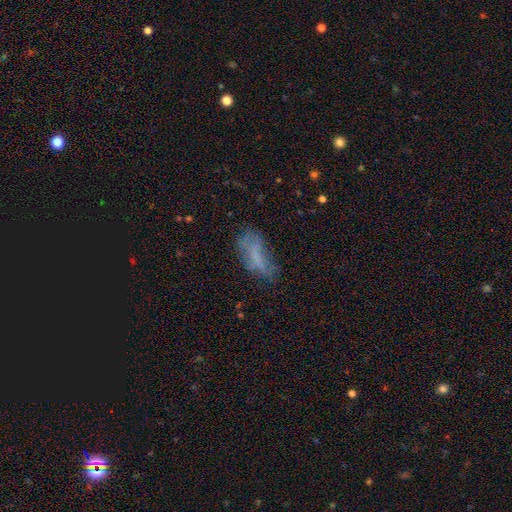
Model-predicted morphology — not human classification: A smooth galaxy with no disk features (54%) that is in between round and cigar-shaped (73%).

Vote fractions:
- Smooth or featured? smooth: 54% / featured or disk: 32% / star or artifact: 15%
- How rounded? in between: 73% / cigar-shaped: 24% / round: 3%
- Merging? none: 42% / minor disturbance: 28% / major disturbance: 26% / merger: 4%